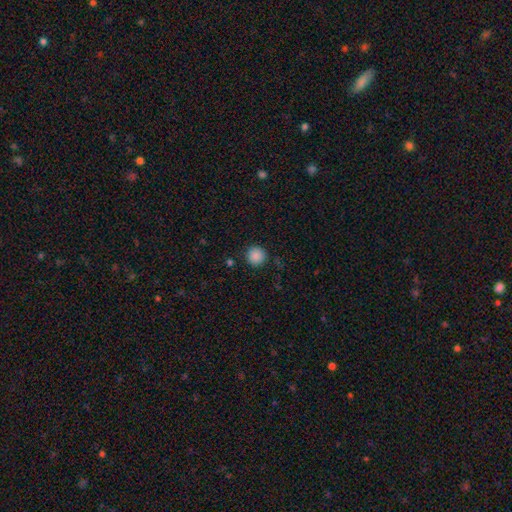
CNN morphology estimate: The model was most divided on "smooth or featured": smooth: 88%, star or artifact: 10%, featured or disk: 3%. More confident: how rounded — round (95%); merging — none (89%).